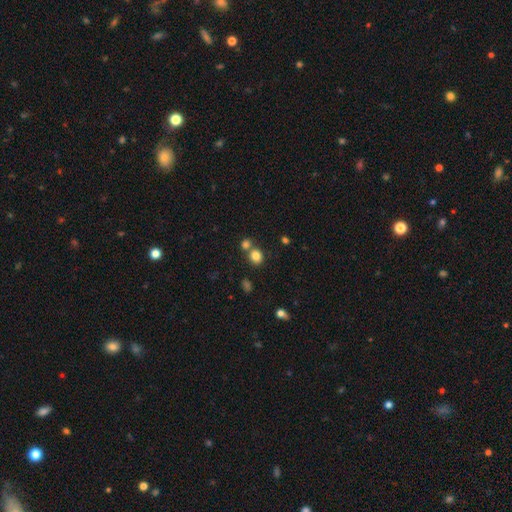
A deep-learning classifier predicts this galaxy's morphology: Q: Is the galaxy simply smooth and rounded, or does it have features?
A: smooth — 82%.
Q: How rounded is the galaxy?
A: round — 74%.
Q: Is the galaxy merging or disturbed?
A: none — 60%.